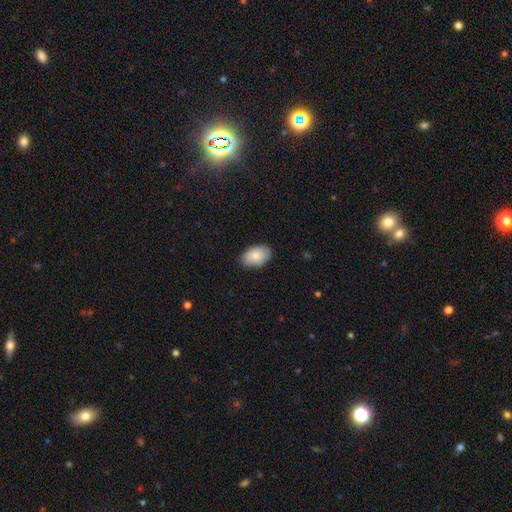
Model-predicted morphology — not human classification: A smooth galaxy with no disk features (83%) that is in between round and cigar-shaped (91%). Merging: none (84%).